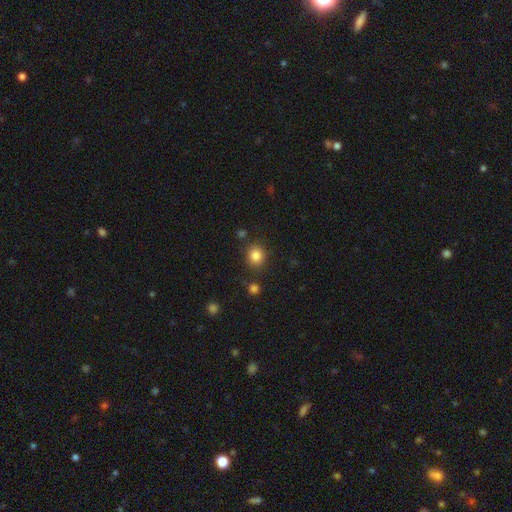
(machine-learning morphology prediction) Smooth or featured?
  - smooth: 83% *
  - star or artifact: 11%
  - featured or disk: 5%
How rounded?
  - round: 83% *
  - in between: 16%
  - cigar-shaped: 1%
Merging?
  - none: 83% *
  - minor disturbance: 9%
  - merger: 4%
  - major disturbance: 3%